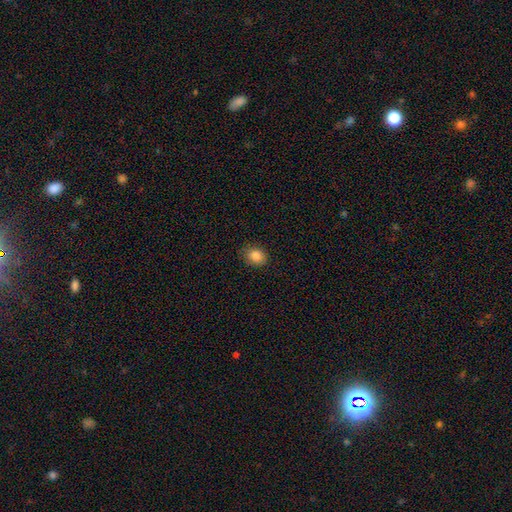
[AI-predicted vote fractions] A smooth galaxy with no disk features (86%) that is round (51%). Merging: none (85%).